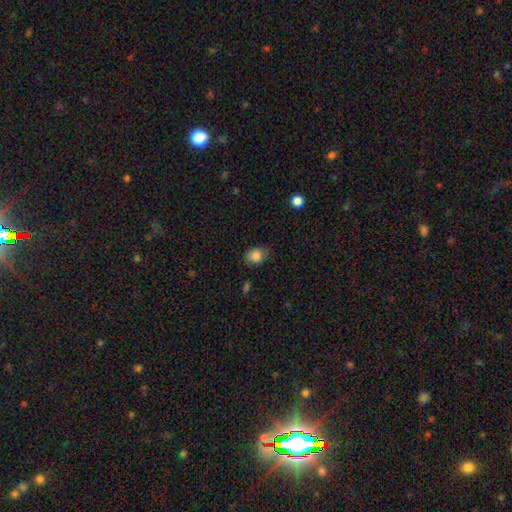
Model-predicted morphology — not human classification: Overall: smooth (85%). How rounded: in between (56%; round 43%). Merging: none (74%).